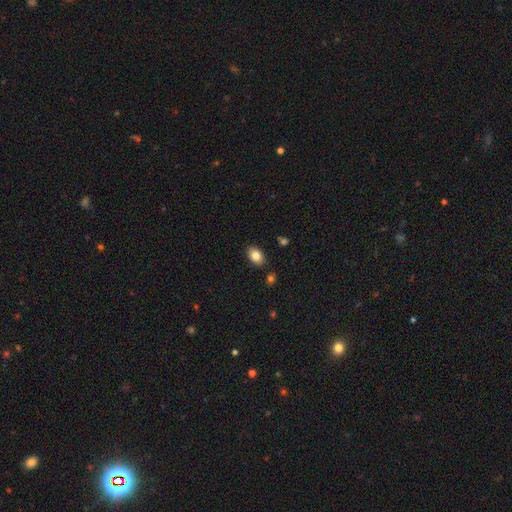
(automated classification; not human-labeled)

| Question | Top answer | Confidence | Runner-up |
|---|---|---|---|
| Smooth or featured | smooth | 84% | star or artifact (8%) |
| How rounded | in between | 85% | round (14%) |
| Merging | none | 87% | minor disturbance (9%) |